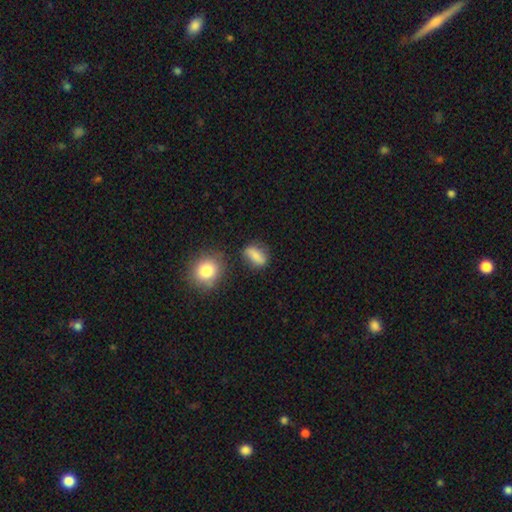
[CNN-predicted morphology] This appears to be a smooth galaxy with no disk features (79%) that is in between round and cigar-shaped (70%). Merging: none (70%).